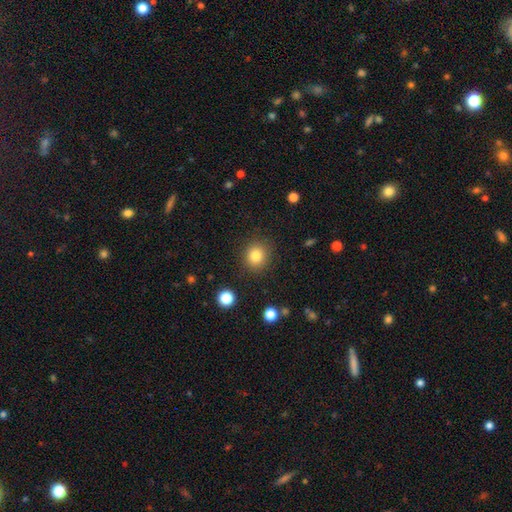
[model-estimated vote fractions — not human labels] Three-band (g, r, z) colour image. It shows a smooth galaxy with no disk features (82%) that is round (85%). Merging: none (88%).